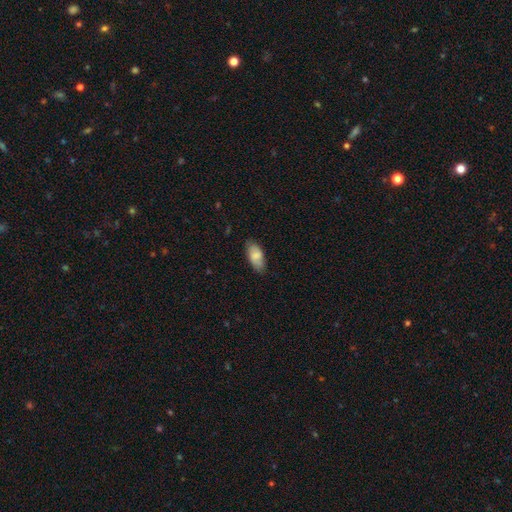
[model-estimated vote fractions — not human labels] This appears to be a smooth galaxy with no disk features (79%) that is in between round and cigar-shaped (90%). Merging: none (79%).